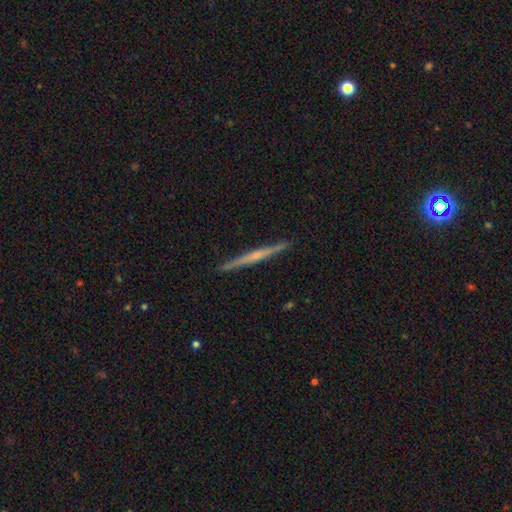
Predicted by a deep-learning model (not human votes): Smooth or featured? featured or disk (69%)
Edge-on disk? yes (98%)
Edge-on bulge? rounded (47%)
Merging? none (92%)